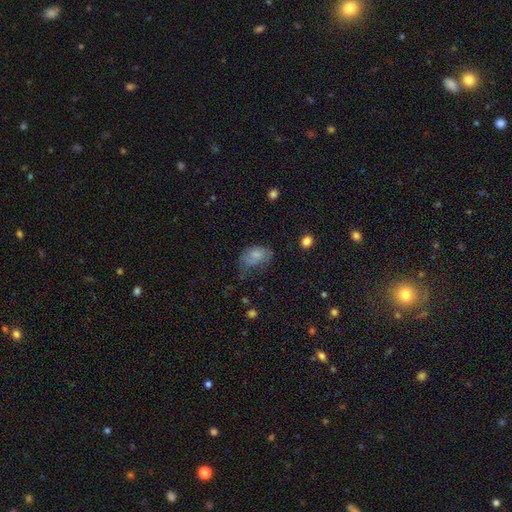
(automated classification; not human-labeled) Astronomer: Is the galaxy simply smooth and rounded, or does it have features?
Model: smooth — 71%.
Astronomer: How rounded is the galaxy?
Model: in between — 85%.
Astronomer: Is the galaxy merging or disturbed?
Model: major disturbance — 39% (runner-up: minor disturbance, 31%).